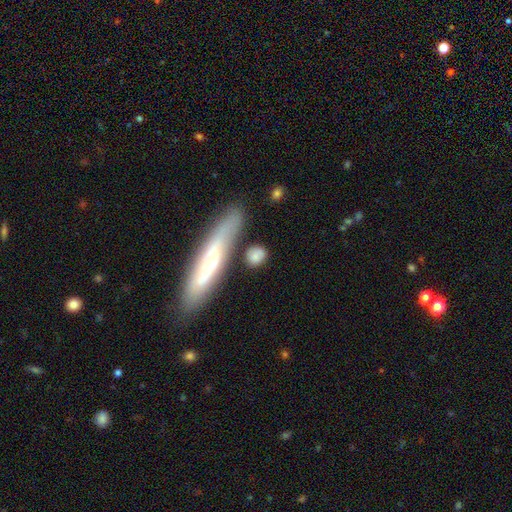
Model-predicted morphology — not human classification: Overall: smooth (77%). How rounded: round (60%; in between 26%). Merging: none (72%).